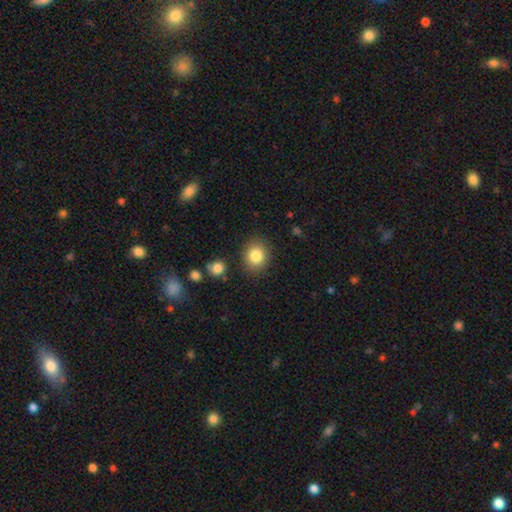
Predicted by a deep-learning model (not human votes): A smooth galaxy with no disk features (83%) that is round (71%). Merging: none (86%).